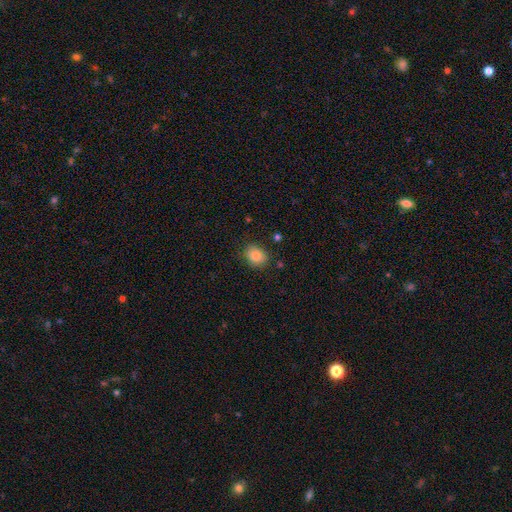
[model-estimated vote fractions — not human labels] Smooth or featured?
  - smooth: 86% *
  - star or artifact: 9%
  - featured or disk: 5%
How rounded?
  - in between: 50% *
  - round: 49%
  - cigar-shaped: 1%
Merging?
  - none: 79% *
  - minor disturbance: 15%
  - major disturbance: 4%
  - merger: 2%